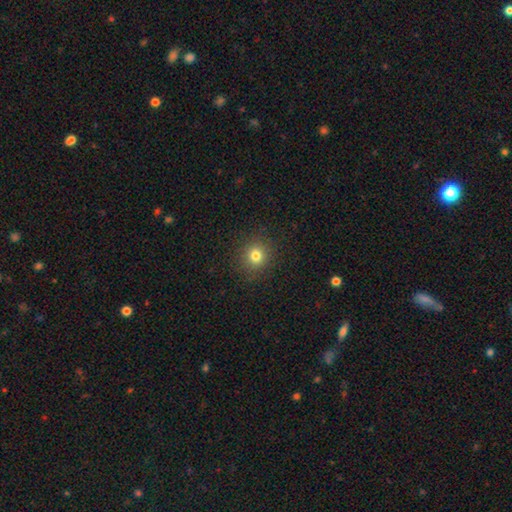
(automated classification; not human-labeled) smooth-or-featured: smooth: 79% | star or artifact: 14% | featured or disk: 7%
  how-rounded: round: 89% | in between: 10% | cigar-shaped: 1%
  merging: none: 90% | minor disturbance: 6% | major disturbance: 2% | merger: 1%